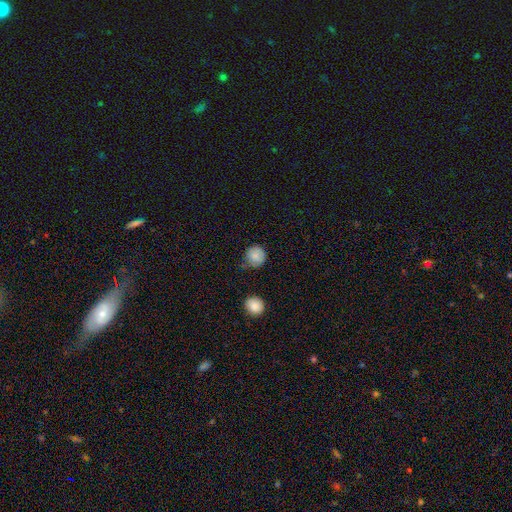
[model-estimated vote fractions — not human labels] Overall: smooth (82%). How rounded: round (91%). Merging: none (70%).